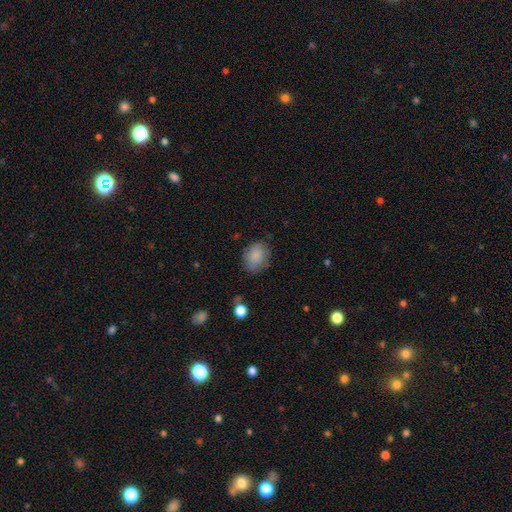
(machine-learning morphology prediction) type=smooth (85%); roundness=in between (54%); merging=none (74%).